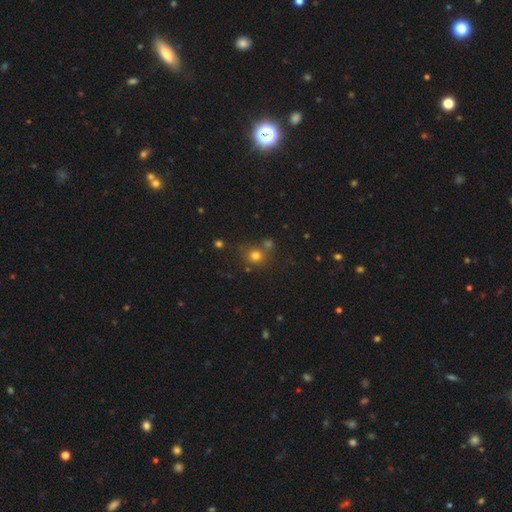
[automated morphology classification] Smooth or featured? Predicted: smooth (p=0.75). How rounded? Predicted: round (p=0.85). Merging? Predicted: none (p=0.67).